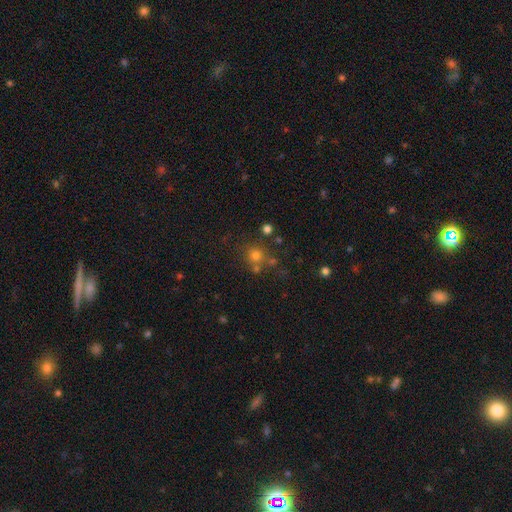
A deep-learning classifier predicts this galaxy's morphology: Smooth or featured? smooth (70%)
How rounded? round (89%)
Merging? none (67%)